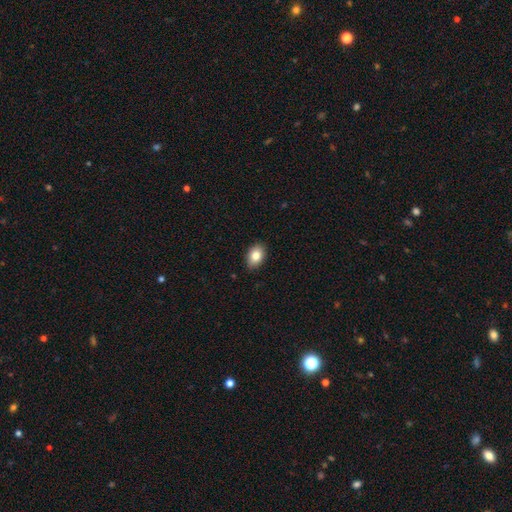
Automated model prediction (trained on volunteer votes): The model was most divided on "how rounded": in between: 84%, round: 15%, cigar-shaped: 1%. More confident: merging — none (88%); smooth or featured — smooth (83%).